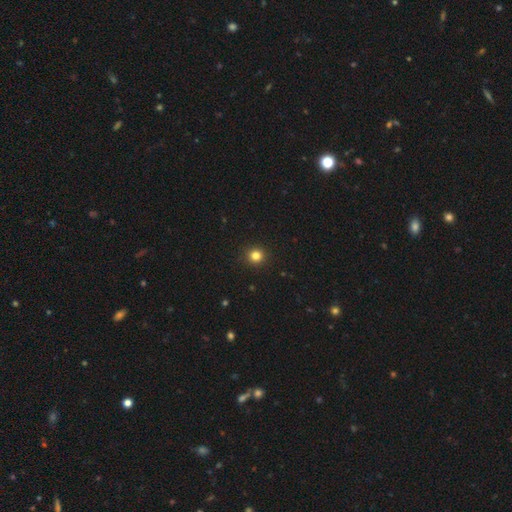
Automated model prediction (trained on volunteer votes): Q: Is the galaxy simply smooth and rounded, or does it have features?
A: smooth — 82%.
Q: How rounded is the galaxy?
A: round — 94%.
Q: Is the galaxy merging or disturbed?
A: none — 93%.